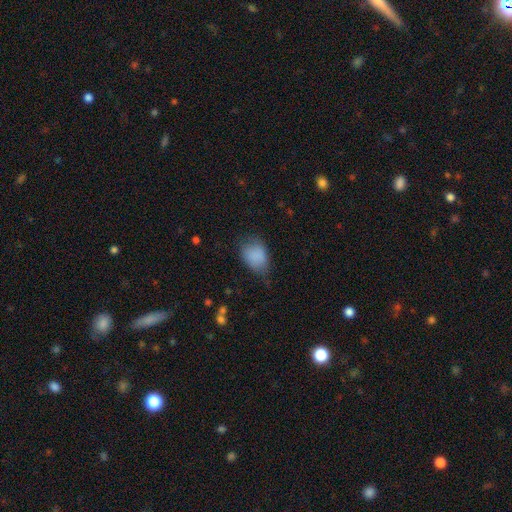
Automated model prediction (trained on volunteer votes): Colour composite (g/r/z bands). It shows a smooth galaxy with no disk features (84%) that is in between round and cigar-shaped (75%). Merging: none (50%).